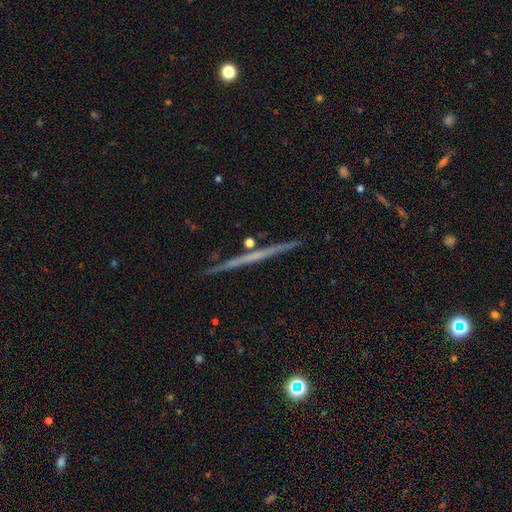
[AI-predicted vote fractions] Overall: featured or disk (67%; smooth 27%). Edge-on disk: yes (98%). Edge-on bulge: none (85%). Merging: none (90%).